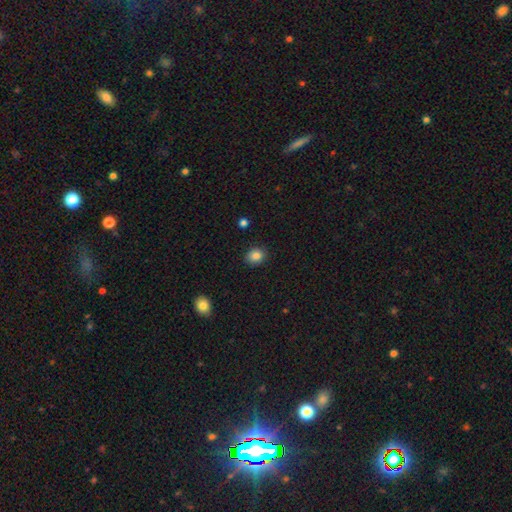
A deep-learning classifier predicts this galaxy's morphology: Smooth or featured? Predicted: smooth (p=0.85). How rounded? Predicted: round (p=0.60). Merging? Predicted: none (p=0.88).